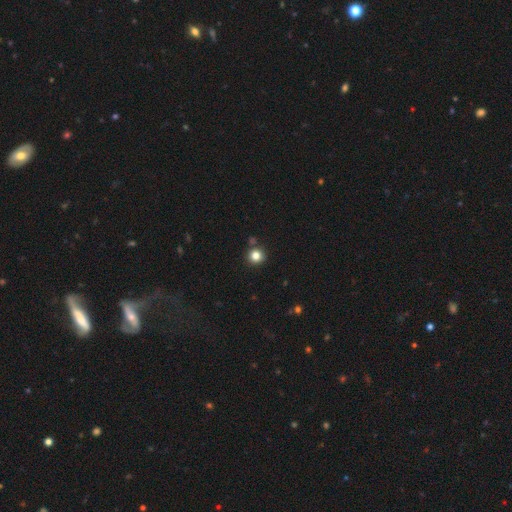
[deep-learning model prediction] Morphology: type=smooth (82%); roundness=round (92%); merging=none (84%).